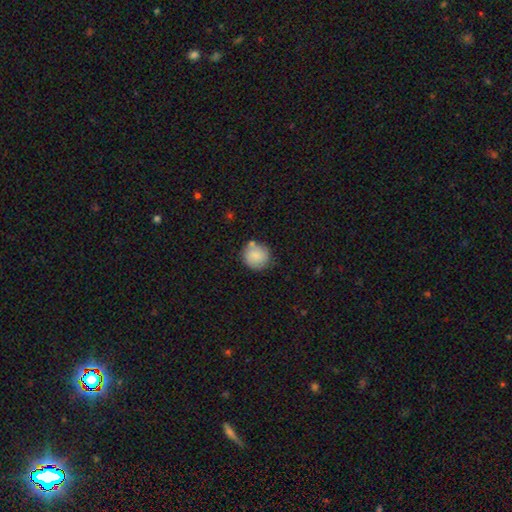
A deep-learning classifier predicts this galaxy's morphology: Overall: smooth (83%). How rounded: round (90%). Merging: none (73%).